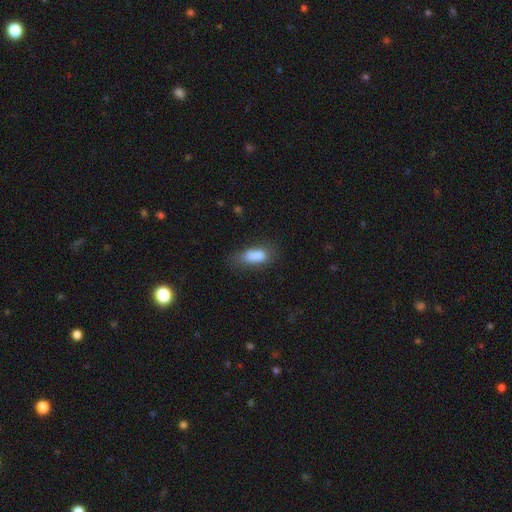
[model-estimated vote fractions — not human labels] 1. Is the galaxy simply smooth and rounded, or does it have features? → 78% smooth, 12% featured or disk, 10% star or artifact.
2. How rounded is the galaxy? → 83% in between, 11% cigar-shaped, 6% round.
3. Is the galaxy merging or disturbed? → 38% none, 30% minor disturbance, 21% major disturbance, 11% merger.